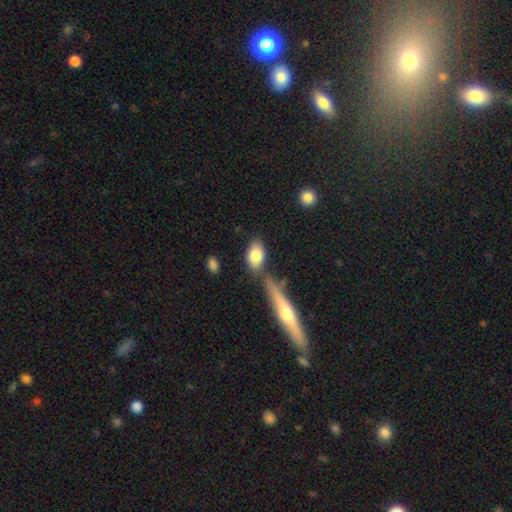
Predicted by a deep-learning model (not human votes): Overall: smooth (80%). How rounded: in between (87%). Merging: none (60%).